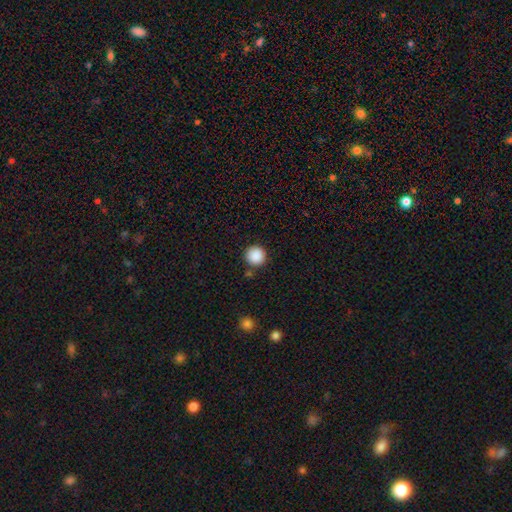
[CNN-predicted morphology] Overall: smooth (88%). How rounded: round (95%). Merging: none (86%).